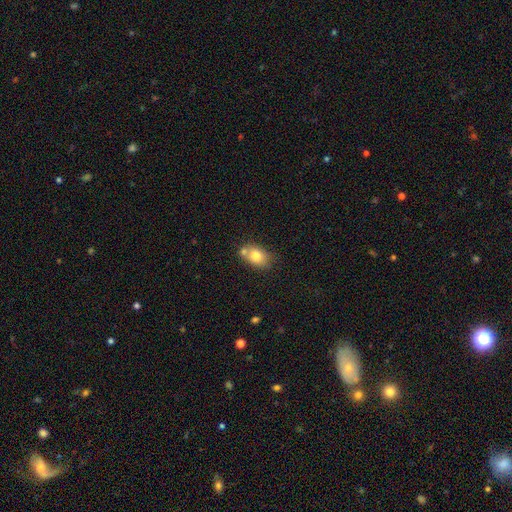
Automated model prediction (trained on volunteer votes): A smooth galaxy with no disk features (77%) that is in between round and cigar-shaped (69%).

Vote fractions:
- Smooth or featured? smooth: 77% / featured or disk: 14% / star or artifact: 9%
- How rounded? in between: 69% / round: 29% / cigar-shaped: 1%
- Merging? none: 51% / merger: 28% / minor disturbance: 16% / major disturbance: 4%